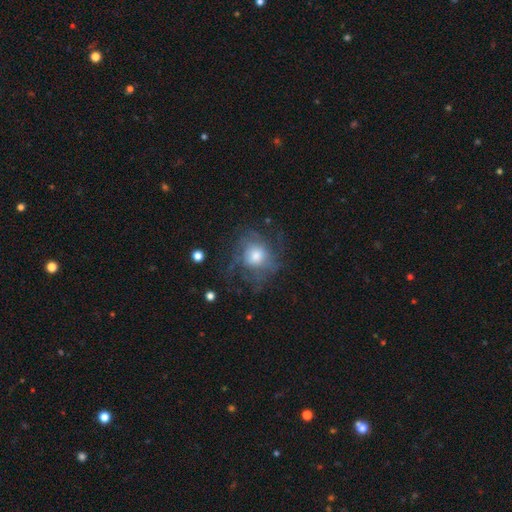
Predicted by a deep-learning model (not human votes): A featured or disk galaxy (52%). Merging: none (57%).